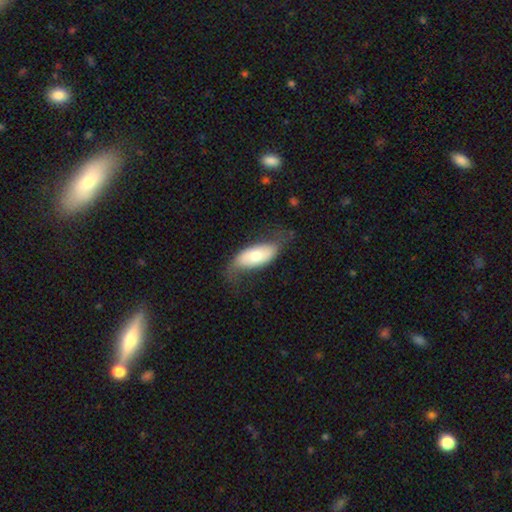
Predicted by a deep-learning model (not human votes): Overall: smooth (50%; featured or disk 44%). Merging: none (57%; minor disturbance 26%).